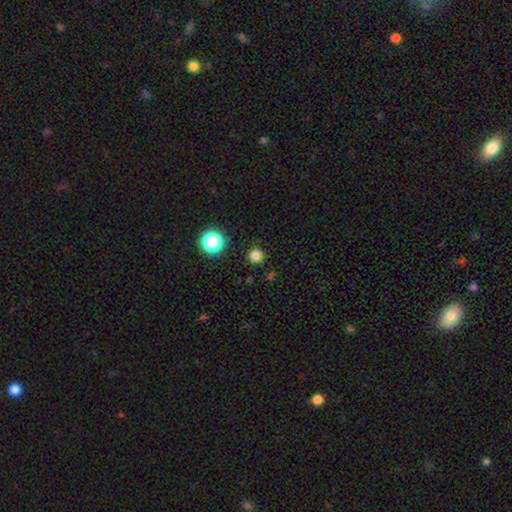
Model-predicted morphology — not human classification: The model was most divided on "smooth or featured": smooth: 80%, star or artifact: 16%, featured or disk: 4%. More confident: how rounded — round (96%); merging — none (91%).